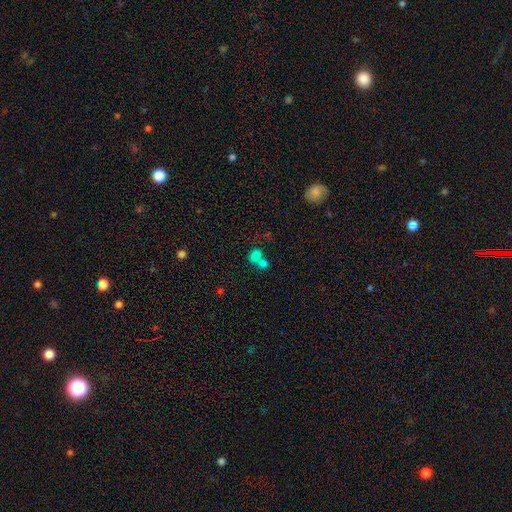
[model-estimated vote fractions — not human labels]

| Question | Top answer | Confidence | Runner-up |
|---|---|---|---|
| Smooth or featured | smooth | 75% | star or artifact (13%) |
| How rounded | round | 52% | in between (47%) |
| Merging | merger | 64% | none (25%) |